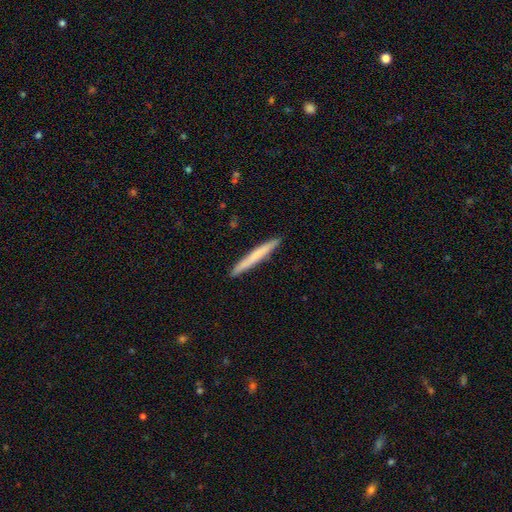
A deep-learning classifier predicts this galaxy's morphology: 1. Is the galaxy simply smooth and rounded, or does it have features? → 61% smooth, 33% featured or disk, 5% star or artifact.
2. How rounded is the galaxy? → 97% cigar-shaped, 2% in between, 1% round.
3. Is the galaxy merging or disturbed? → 92% none, 6% minor disturbance, 1% major disturbance, 1% merger.